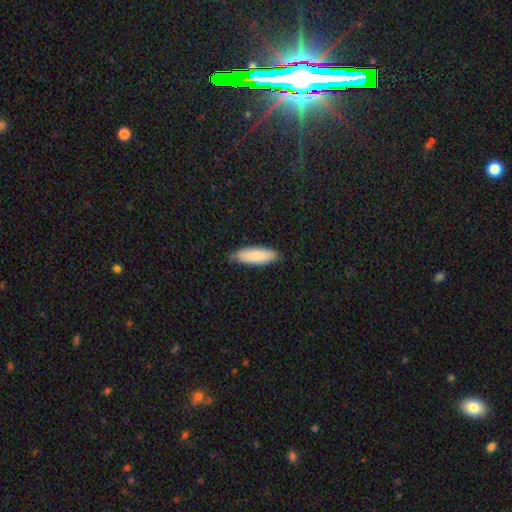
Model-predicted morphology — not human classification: smooth 86%, featured or disk 8%, star or artifact 5%. Down the decision tree: how rounded — in between (59%); merging — none (79%).